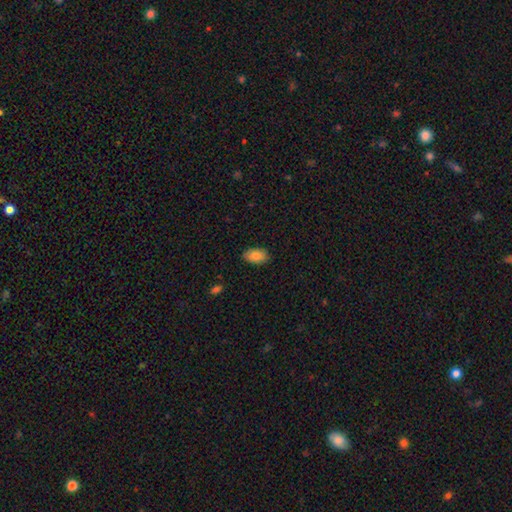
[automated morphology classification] Q: Smooth or featured?
A: smooth (83%); runner-up: featured or disk (10%)
Q: How rounded?
A: in between (92%); runner-up: round (7%)
Q: Merging?
A: none (88%); runner-up: minor disturbance (9%)